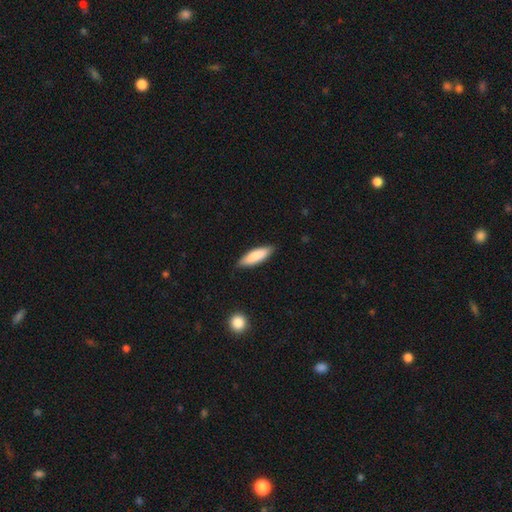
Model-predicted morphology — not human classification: Q: Smooth or featured?
A: smooth (84%); runner-up: featured or disk (11%)
Q: How rounded?
A: cigar-shaped (52%); runner-up: in between (46%)
Q: Merging?
A: none (85%); runner-up: minor disturbance (12%)